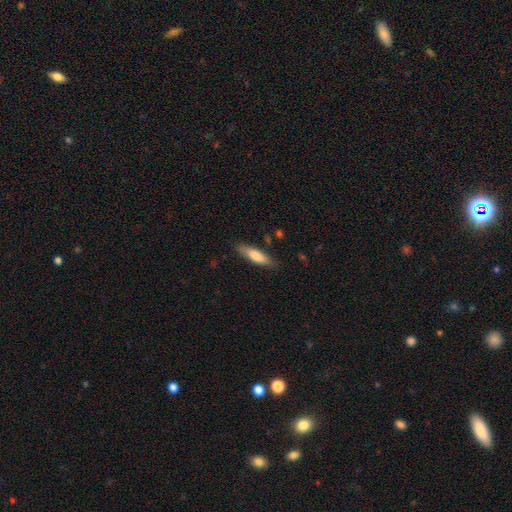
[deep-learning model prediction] This appears to be a smooth galaxy with no disk features (77%) that is cigar-shaped (61%). Merging: none (82%).